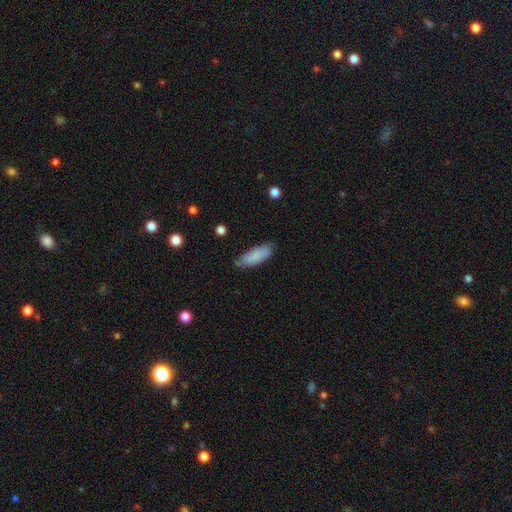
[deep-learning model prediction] The model was most divided on "how rounded": in between: 66%, cigar-shaped: 33%, round: 2%. More confident: smooth or featured — smooth (86%); merging — none (75%).